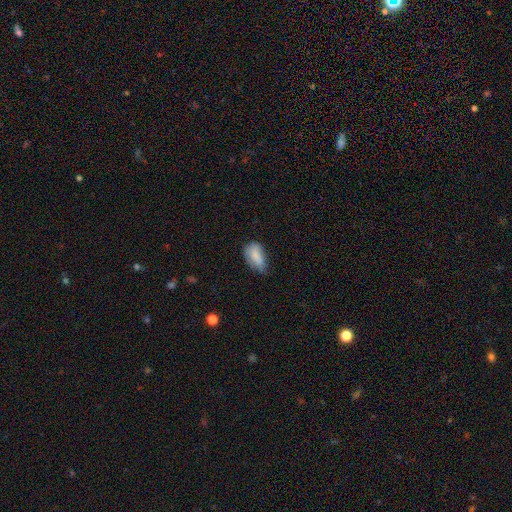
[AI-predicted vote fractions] A smooth galaxy with no disk features (82%) that is in between round and cigar-shaped (91%).

Vote fractions:
- Smooth or featured? smooth: 82% / featured or disk: 10% / star or artifact: 8%
- How rounded? in between: 91% / round: 5% / cigar-shaped: 3%
- Merging? minor disturbance: 45% / none: 40% / major disturbance: 12% / merger: 2%